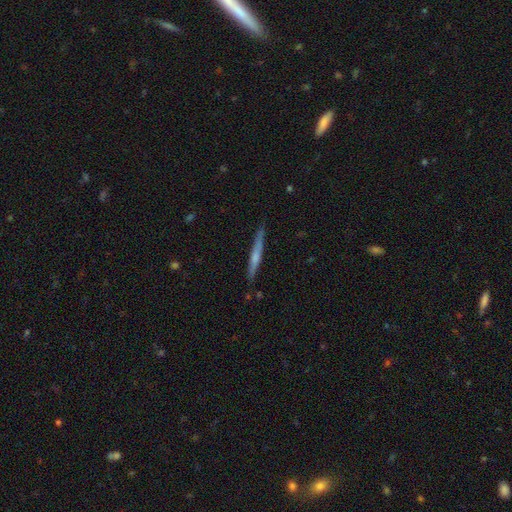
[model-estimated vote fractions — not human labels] Overall: featured or disk (55%; smooth 39%). Edge-on disk: yes (97%). Edge-on bulge: rounded (45%; none 44%). Merging: none (86%).